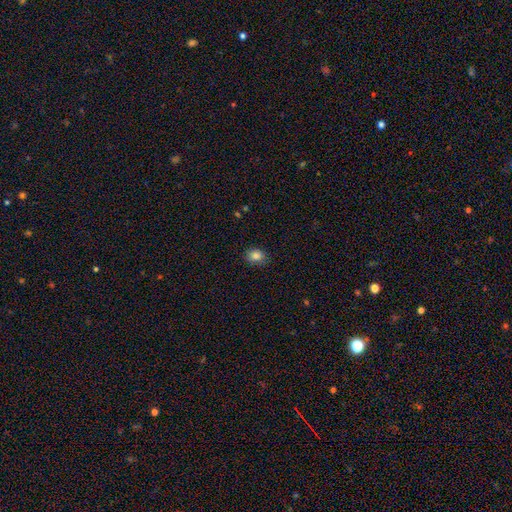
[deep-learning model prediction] smooth_or_featured: smooth (p=0.84) [alt: star or artifact p=0.10]
how_rounded: round (p=0.51) [alt: in between p=0.48]
merging: none (p=0.86) [alt: minor disturbance p=0.11]